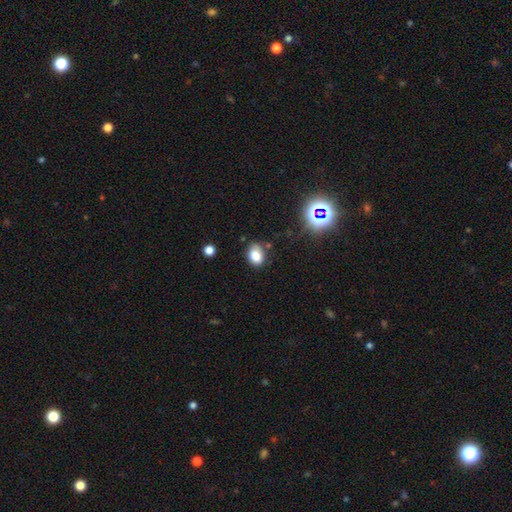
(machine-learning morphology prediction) smooth-or-featured: smooth: 80% | star or artifact: 13% | featured or disk: 7%
  how-rounded: in between: 72% | round: 27% | cigar-shaped: 1%
  merging: none: 69% | minor disturbance: 22% | major disturbance: 5% | merger: 4%